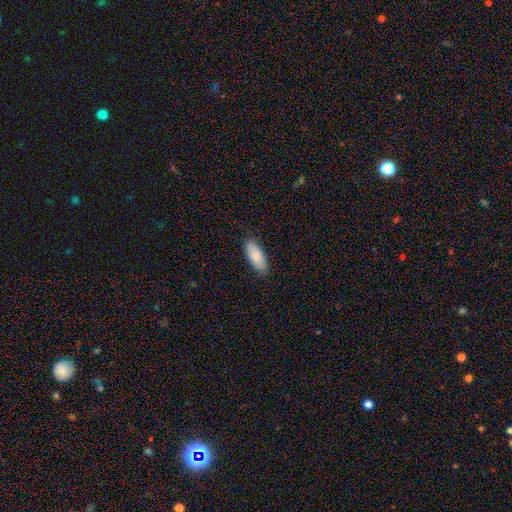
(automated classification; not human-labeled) smooth 88%, featured or disk 7%, star or artifact 6%. Down the decision tree: how rounded — in between (74%); merging — none (86%).